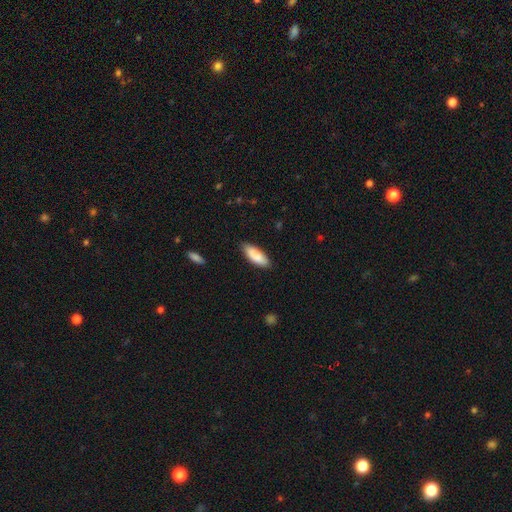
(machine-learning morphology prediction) A smooth galaxy with no disk features (88%) that is in between round and cigar-shaped (64%).

Vote fractions:
- Smooth or featured? smooth: 88% / featured or disk: 6% / star or artifact: 5%
- How rounded? in between: 64% / cigar-shaped: 34% / round: 1%
- Merging? none: 86% / minor disturbance: 11% / major disturbance: 2% / merger: 1%